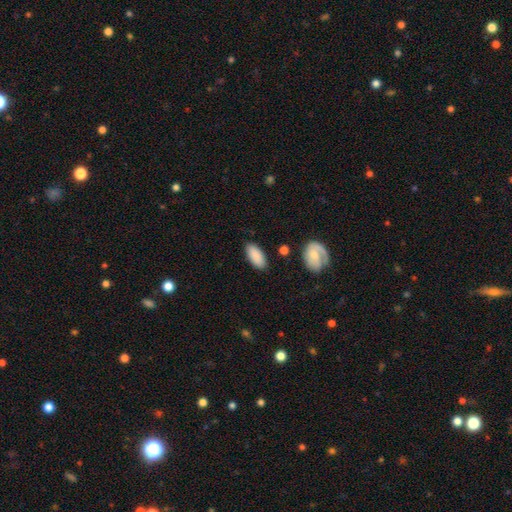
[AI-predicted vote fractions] Smooth or featured? smooth (87%)
How rounded? in between (91%)
Merging? none (83%)